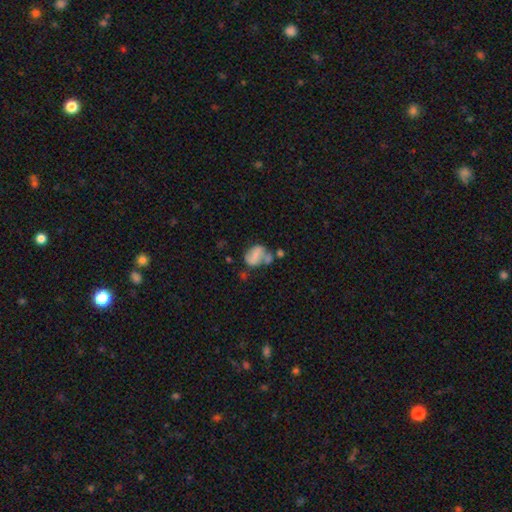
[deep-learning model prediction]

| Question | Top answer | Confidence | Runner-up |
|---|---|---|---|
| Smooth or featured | smooth | 56% | featured or disk (34%) |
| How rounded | in between | 70% | round (29%) |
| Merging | none | 33% | merger (30%) |